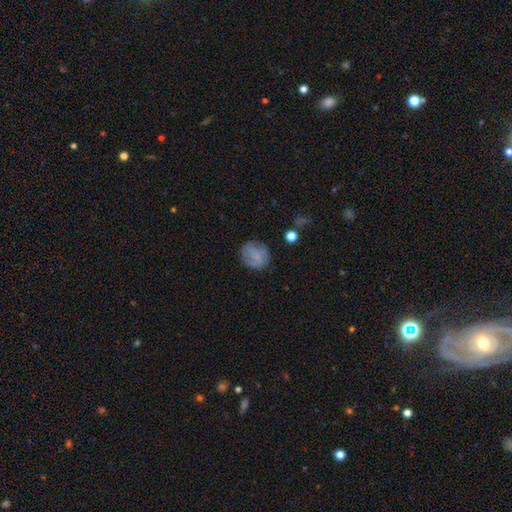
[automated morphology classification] Smooth or featured?
  - smooth: 62% *
  - featured or disk: 29%
  - star or artifact: 10%
How rounded?
  - round: 73% *
  - in between: 26%
  - cigar-shaped: 1%
Merging?
  - none: 72% *
  - minor disturbance: 18%
  - major disturbance: 8%
  - merger: 2%